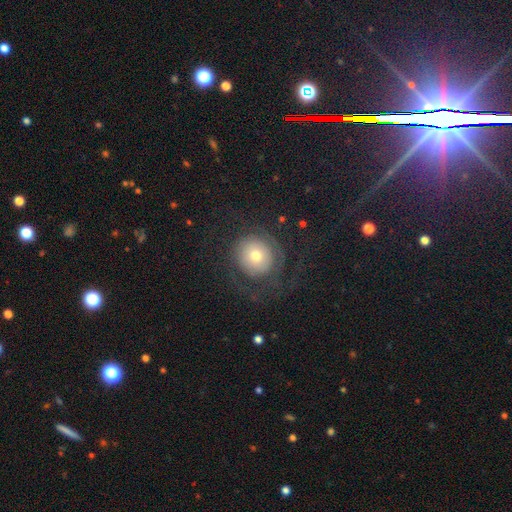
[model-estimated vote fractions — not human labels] smooth_or_featured: smooth (p=0.46) [alt: featured or disk p=0.45]
merging: none (p=0.62) [alt: major disturbance p=0.23]